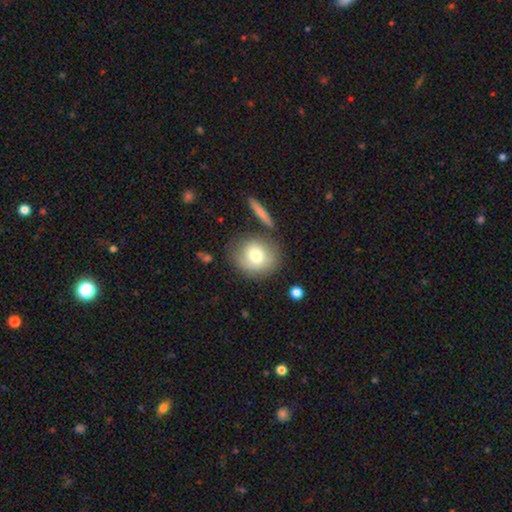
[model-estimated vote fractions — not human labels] Overall: smooth (73%). How rounded: round (79%). Merging: none (70%).